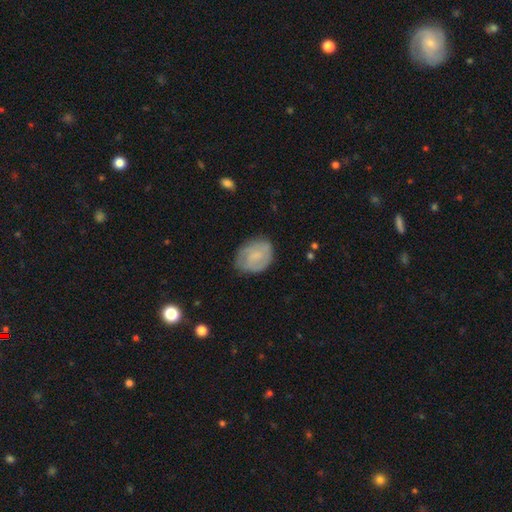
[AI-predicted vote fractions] The model was most divided on "how rounded": in between: 56%, round: 42%, cigar-shaped: 1%. More confident: merging — none (74%); smooth or featured — smooth (54%).